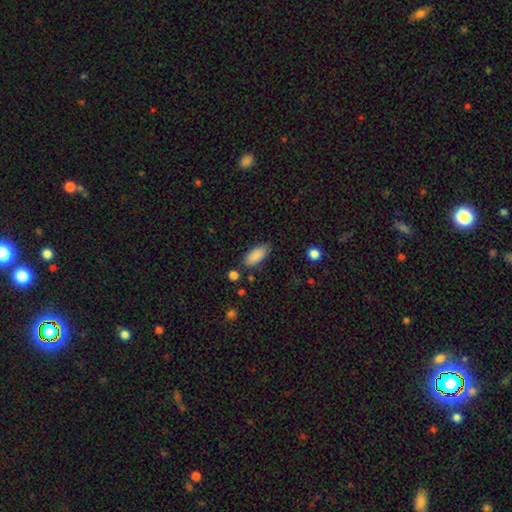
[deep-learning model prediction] Smooth or featured? Predicted: smooth (p=0.88). How rounded? Predicted: in between (p=0.86). Merging? Predicted: none (p=0.77).